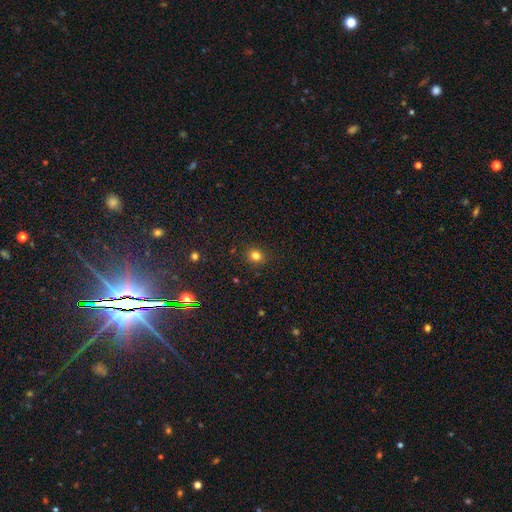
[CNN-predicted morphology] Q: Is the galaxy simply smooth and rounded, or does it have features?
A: smooth — 80%.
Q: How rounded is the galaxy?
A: round — 77%.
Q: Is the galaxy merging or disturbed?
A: none — 89%.